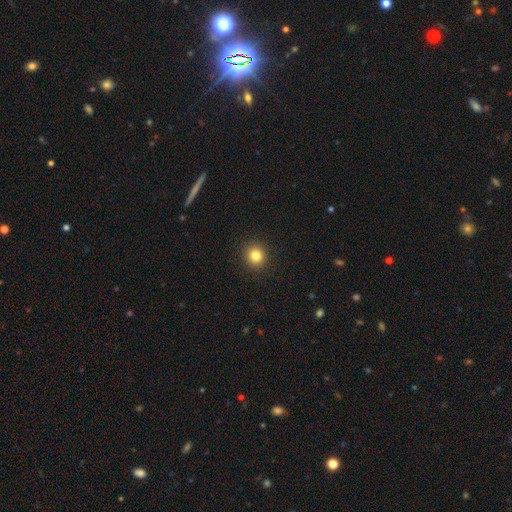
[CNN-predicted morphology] The model was most divided on "smooth or featured": smooth: 83%, star or artifact: 12%, featured or disk: 5%. More confident: merging — none (92%); how rounded — round (91%).